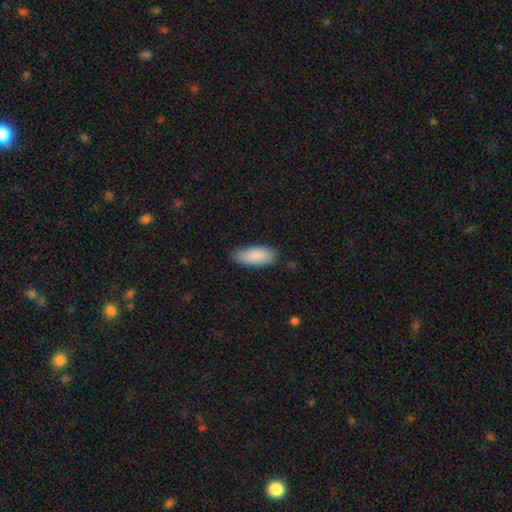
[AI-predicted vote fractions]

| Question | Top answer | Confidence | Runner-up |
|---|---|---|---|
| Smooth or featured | smooth | 90% | star or artifact (6%) |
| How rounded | in between | 85% | cigar-shaped (13%) |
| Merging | none | 82% | minor disturbance (15%) |